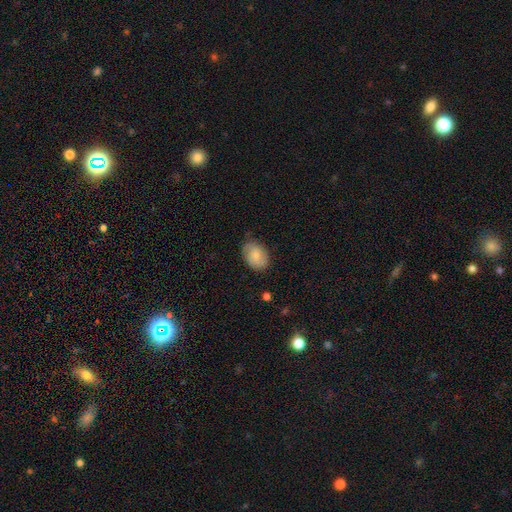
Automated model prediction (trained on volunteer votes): A smooth galaxy with no disk features (74%) that is in between round and cigar-shaped (81%).

Vote fractions:
- Smooth or featured? smooth: 74% / featured or disk: 19% / star or artifact: 7%
- How rounded? in between: 81% / round: 18% / cigar-shaped: 1%
- Merging? none: 74% / minor disturbance: 21% / major disturbance: 4% / merger: 1%